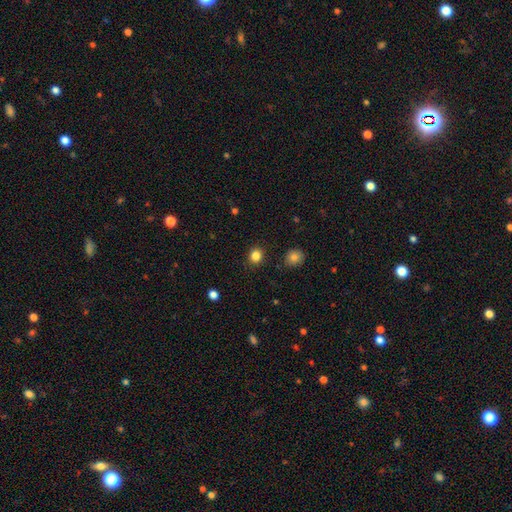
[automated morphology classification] Overall: smooth (84%). How rounded: round (79%). Merging: none (89%).